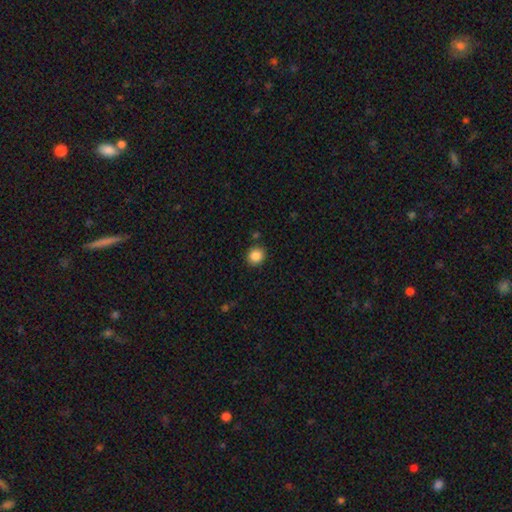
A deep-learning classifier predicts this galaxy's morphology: smooth 87%, star or artifact 10%, featured or disk 3%. Down the decision tree: how rounded — round (87%); merging — none (88%).